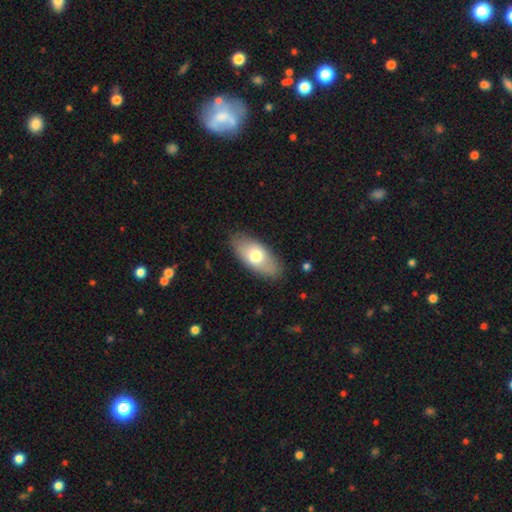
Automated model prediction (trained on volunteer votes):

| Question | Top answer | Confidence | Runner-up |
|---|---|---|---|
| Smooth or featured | smooth | 69% | featured or disk (25%) |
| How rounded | in between | 88% | cigar-shaped (9%) |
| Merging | none | 85% | minor disturbance (11%) |